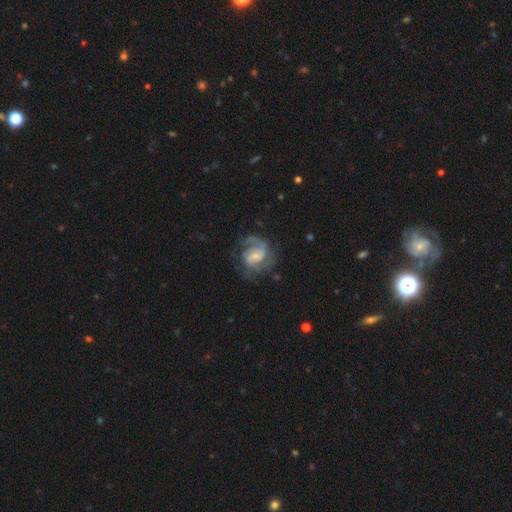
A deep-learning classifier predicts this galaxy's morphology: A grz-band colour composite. It shows a featured or disk galaxy (82%) with a weak bar (51%), 2 (54%) medium (48%) spiral arms (94%) and a small central bulge (57%). Merging: none (64%).